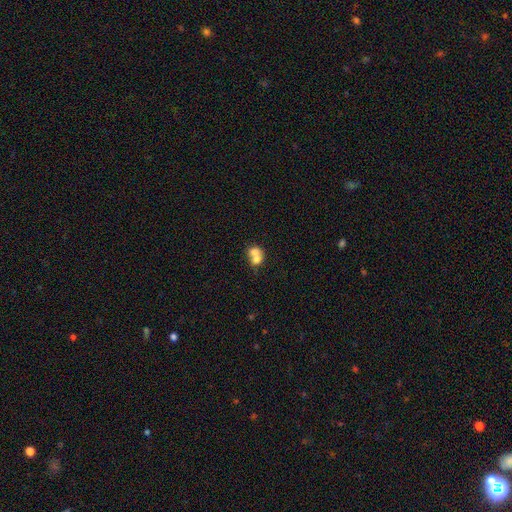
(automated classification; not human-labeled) Smooth or featured? smooth (68%)
How rounded? round (60%)
Merging? merger (72%)